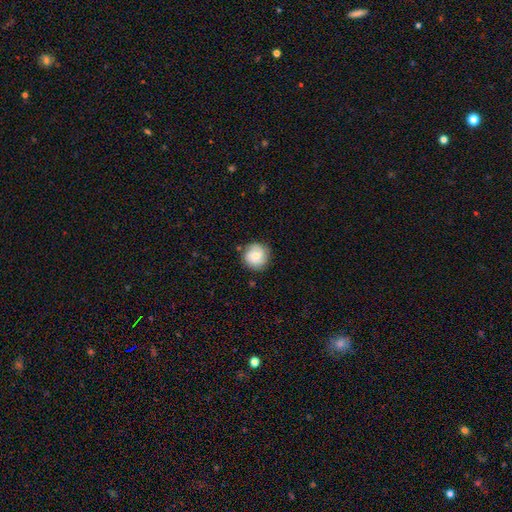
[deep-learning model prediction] Q: Smooth or featured?
A: smooth (63%); runner-up: featured or disk (29%)
Q: How rounded?
A: round (93%); runner-up: in between (6%)
Q: Merging?
A: none (82%); runner-up: minor disturbance (13%)